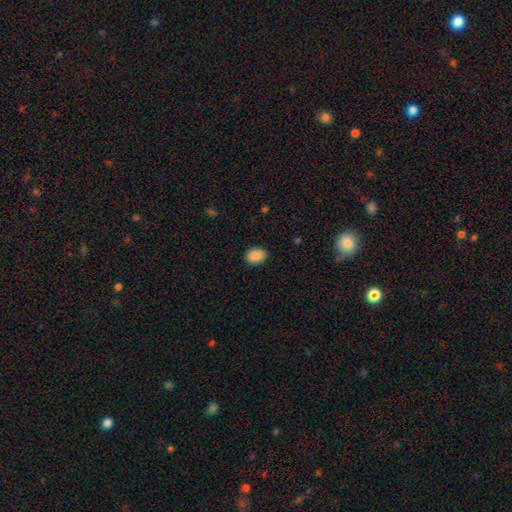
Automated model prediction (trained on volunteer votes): smooth_or_featured: smooth (p=0.89) [alt: star or artifact p=0.07]
how_rounded: in between (p=0.75) [alt: round p=0.24]
merging: none (p=0.88) [alt: minor disturbance p=0.09]